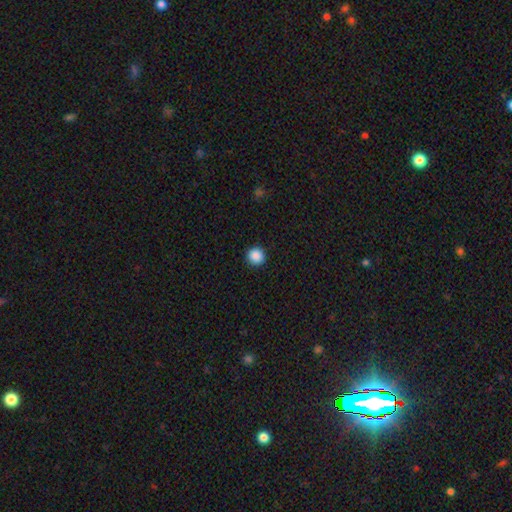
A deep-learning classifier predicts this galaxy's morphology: This is clearly a smooth galaxy (88%). How rounded: clearly round (95%). Merging: clearly none (92%).